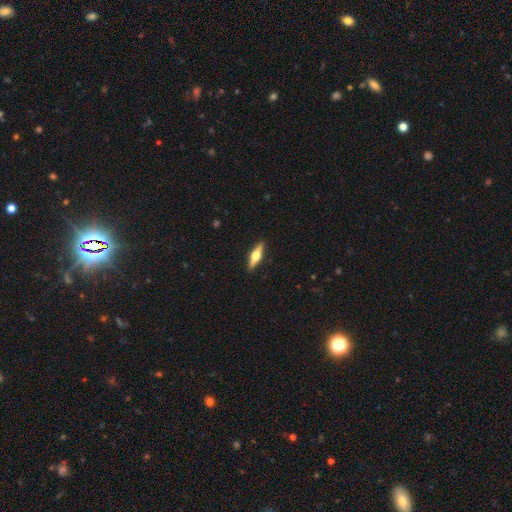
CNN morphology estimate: smooth-or-featured: featured or disk: 59% | smooth: 36% | star or artifact: 5%
  disk-edge-on: yes: 96% | no: 4%
    edge-on-bulge: rounded: 95% | boxy: 3% | none: 2%
  merging: none: 91% | minor disturbance: 6% | major disturbance: 1% | merger: 1%